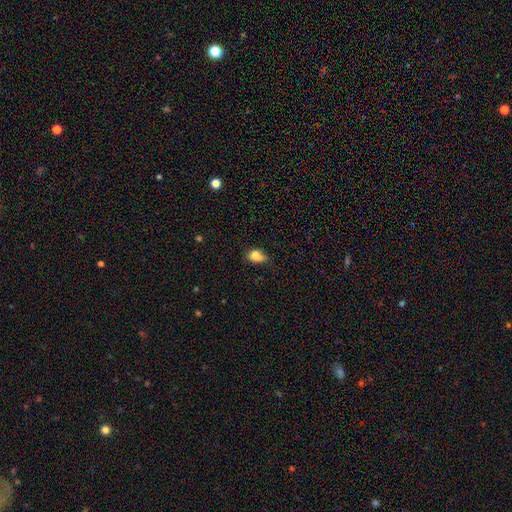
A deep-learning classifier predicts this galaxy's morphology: Smooth or featured? smooth (81%)
How rounded? in between (75%)
Merging? none (42%)